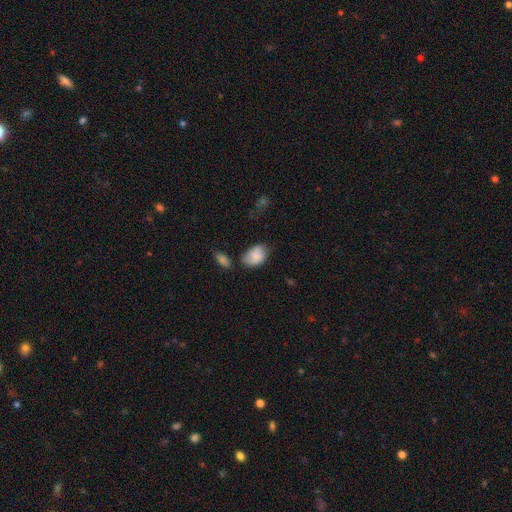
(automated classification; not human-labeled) Morphology: type=smooth (80%); roundness=in between (83%); merging=none (51%).